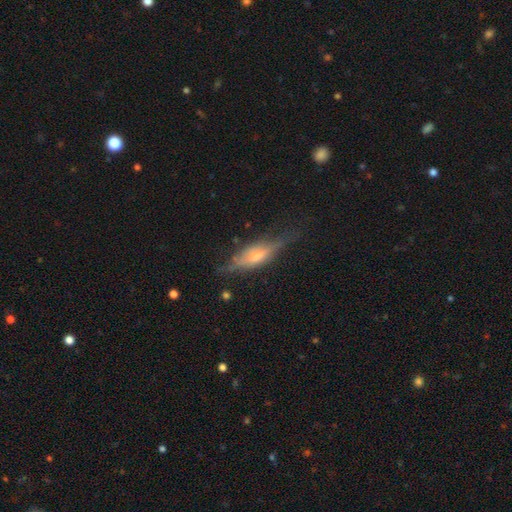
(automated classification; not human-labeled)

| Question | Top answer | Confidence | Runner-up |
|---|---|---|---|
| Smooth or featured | featured or disk | 57% | smooth (35%) |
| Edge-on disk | yes | 88% | no (12%) |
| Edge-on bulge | rounded | 61% | boxy (27%) |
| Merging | none | 65% | minor disturbance (24%) |